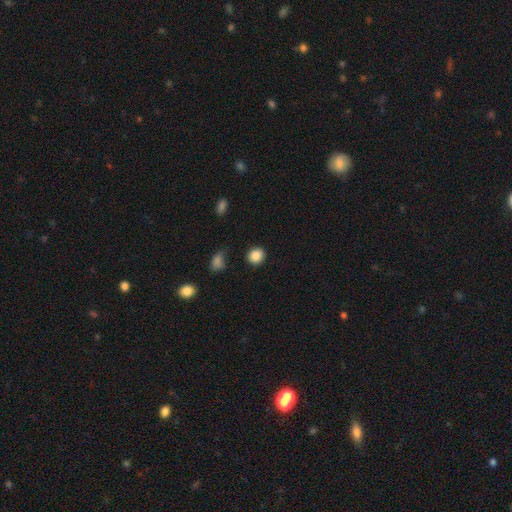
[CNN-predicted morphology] A smooth galaxy with no disk features (87%) that is round (84%). Merging: none (87%).